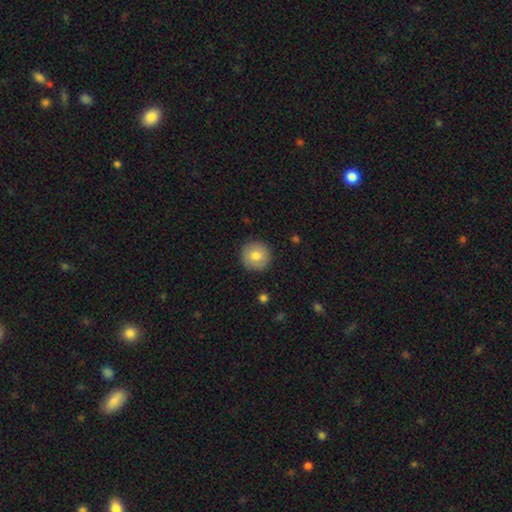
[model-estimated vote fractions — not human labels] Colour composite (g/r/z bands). It shows a smooth galaxy with no disk features (79%) that is round (95%). Merging: none (91%).